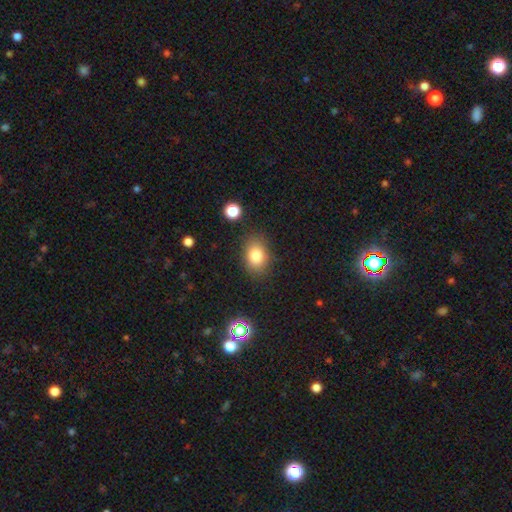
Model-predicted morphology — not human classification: The model was most divided on "how rounded": in between: 68%, round: 31%, cigar-shaped: 1%. More confident: merging — none (82%); smooth or featured — smooth (81%).